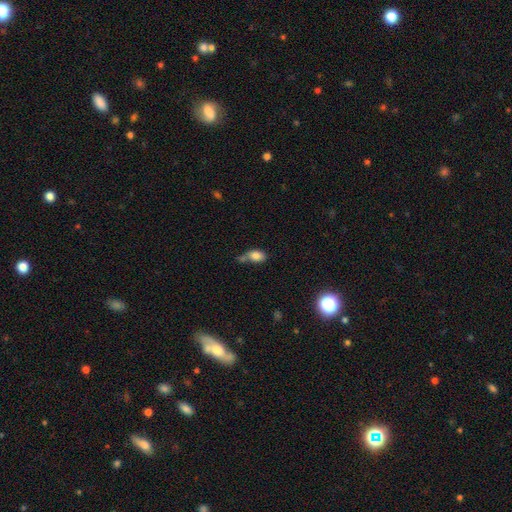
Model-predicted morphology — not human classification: This is clearly a smooth galaxy (81%). How rounded: clearly in between (85%). Merging: marginally none (41%).